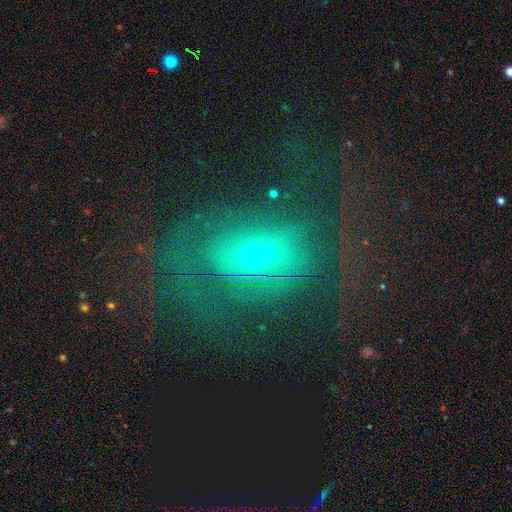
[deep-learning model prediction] Overall: featured or disk (46%; smooth 33%). Merging: none (47%; major disturbance 26%).